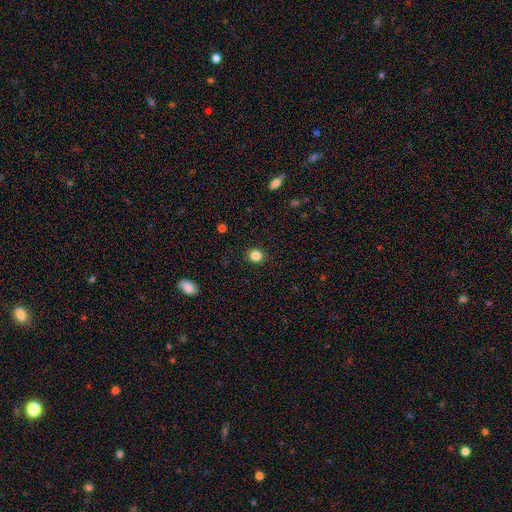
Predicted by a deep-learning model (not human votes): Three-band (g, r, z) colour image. It shows a smooth galaxy with no disk features (85%) that is round (83%). Merging: none (91%).